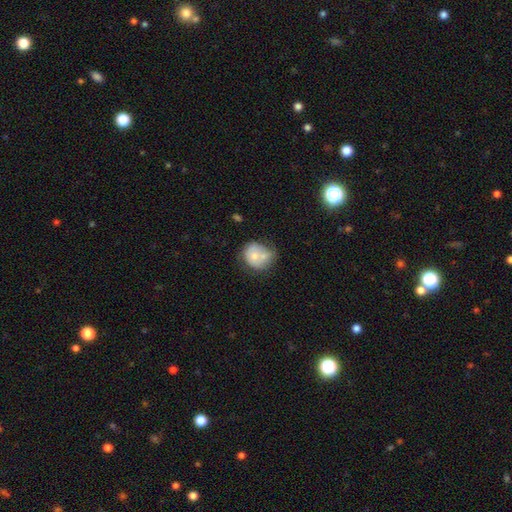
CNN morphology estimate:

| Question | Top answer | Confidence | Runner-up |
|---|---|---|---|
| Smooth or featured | smooth | 60% | featured or disk (32%) |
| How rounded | round | 68% | in between (31%) |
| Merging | merger | 34% | none (32%) |